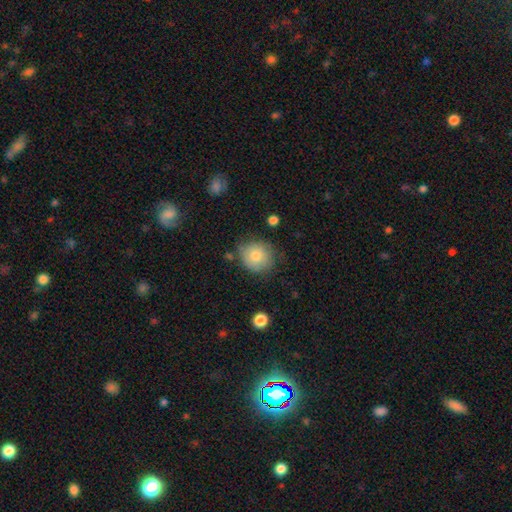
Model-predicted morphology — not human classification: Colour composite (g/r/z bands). It shows a smooth galaxy with no disk features (79%) that is round (87%). Merging: none (74%).